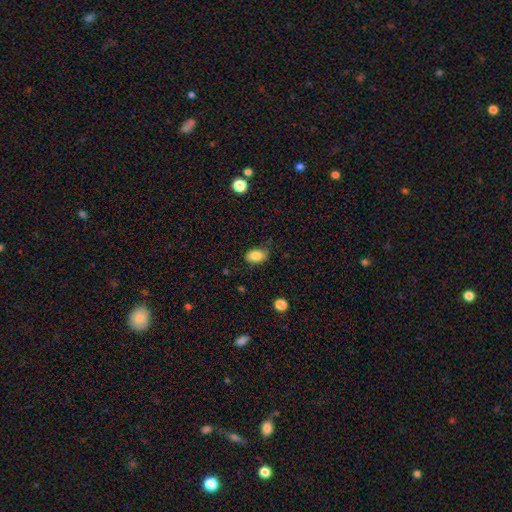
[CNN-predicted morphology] smooth_or_featured: smooth (p=0.85) [alt: star or artifact p=0.09]
how_rounded: in between (p=0.86) [alt: round p=0.13]
merging: none (p=0.73) [alt: minor disturbance p=0.21]